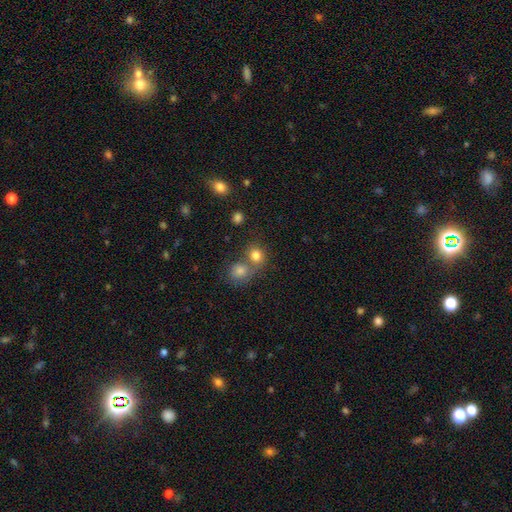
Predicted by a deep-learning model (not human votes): Morphology: type=smooth (80%); roundness=round (81%); merging=none (46%).